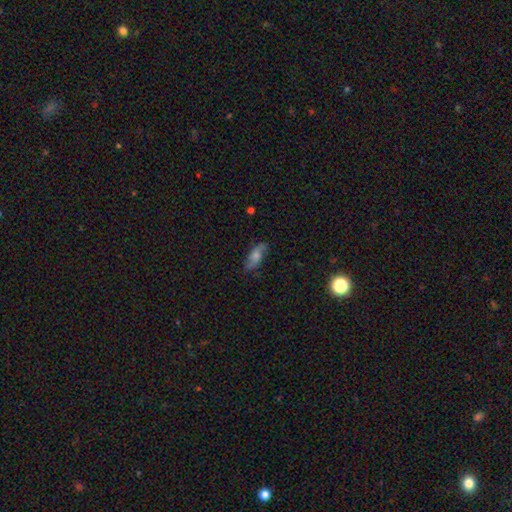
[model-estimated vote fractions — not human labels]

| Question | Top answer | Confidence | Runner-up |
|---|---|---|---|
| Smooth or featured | featured or disk | 48% | smooth (42%) |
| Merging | none | 79% | minor disturbance (16%) |